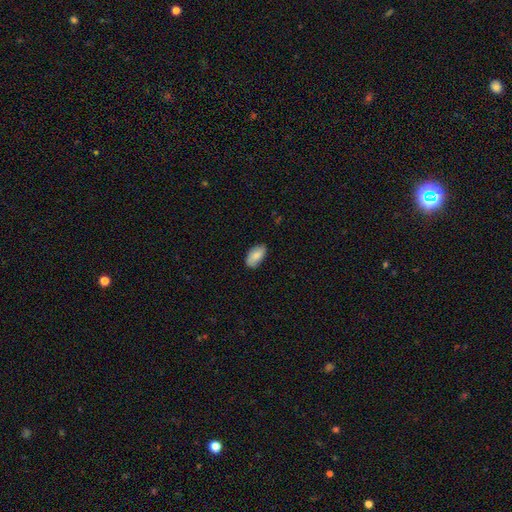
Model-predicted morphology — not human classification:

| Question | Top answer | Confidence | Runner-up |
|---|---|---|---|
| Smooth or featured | smooth | 80% | featured or disk (14%) |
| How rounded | in between | 94% | round (4%) |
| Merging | none | 80% | minor disturbance (17%) |